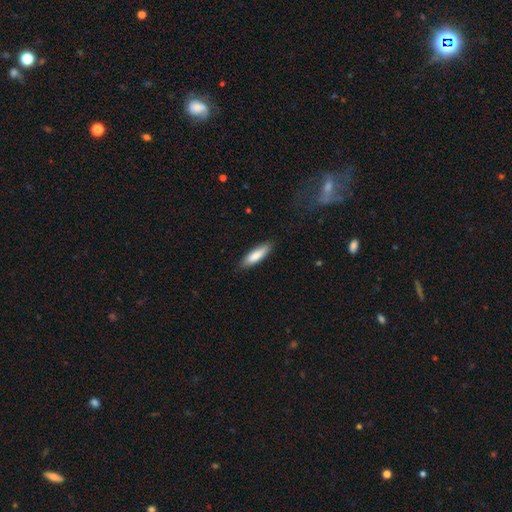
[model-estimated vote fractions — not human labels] Q: Smooth or featured?
A: smooth (83%); runner-up: featured or disk (12%)
Q: How rounded?
A: cigar-shaped (62%); runner-up: in between (37%)
Q: Merging?
A: none (86%); runner-up: minor disturbance (11%)